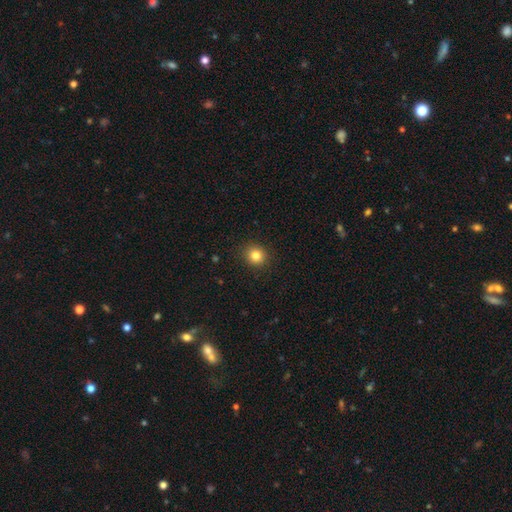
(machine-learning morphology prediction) Q: Smooth or featured?
A: smooth (83%); runner-up: star or artifact (12%)
Q: How rounded?
A: round (88%); runner-up: in between (11%)
Q: Merging?
A: none (91%); runner-up: minor disturbance (6%)